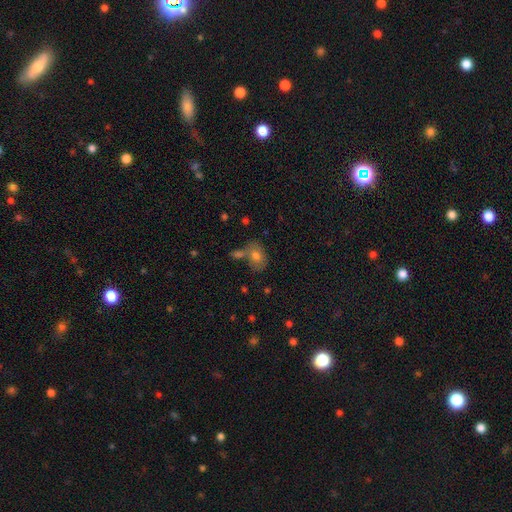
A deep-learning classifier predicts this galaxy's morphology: Overall: smooth (75%). How rounded: in between (72%). Merging: none (47%; merger 31%).